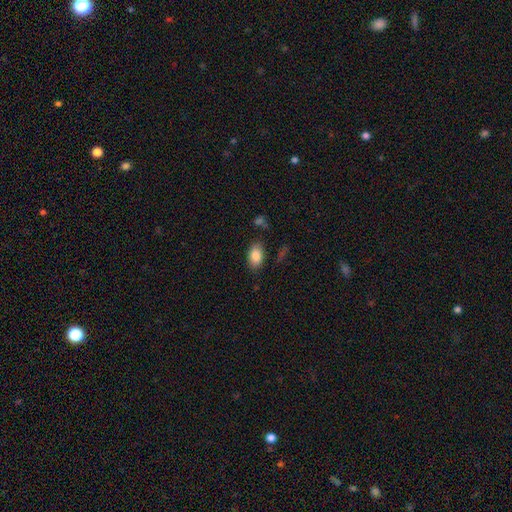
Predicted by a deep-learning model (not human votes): This is clearly a smooth galaxy (86%). How rounded: clearly in between (91%). Merging: likely none (80%).